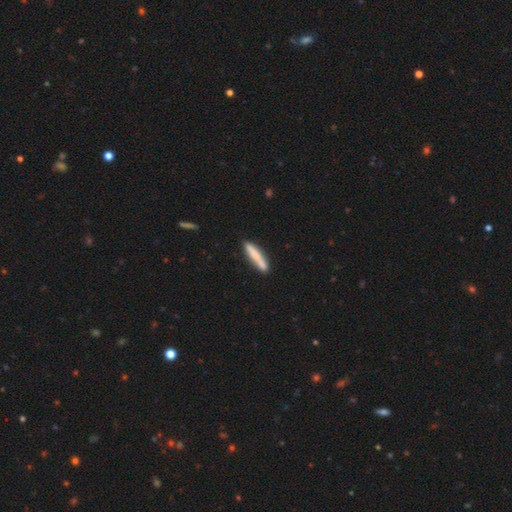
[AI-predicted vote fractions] smooth 75%, featured or disk 20%, star or artifact 5%. Down the decision tree: how rounded — cigar-shaped (92%); merging — none (82%).